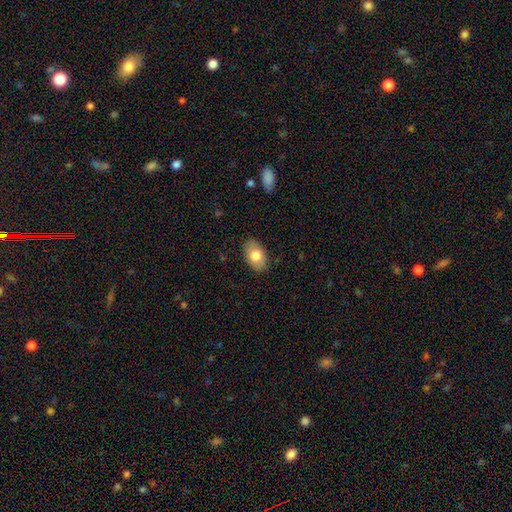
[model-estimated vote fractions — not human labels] Smooth or featured? smooth (78%)
How rounded? in between (90%)
Merging? none (85%)